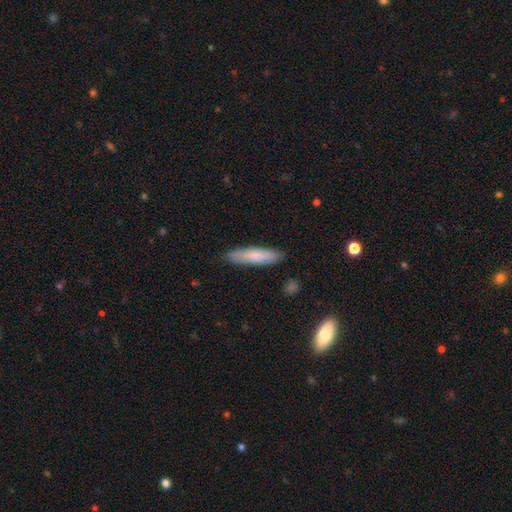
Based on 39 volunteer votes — This appears to be a smooth galaxy with no disk features (69%) that is cigar-shaped (63%). Merging: none (86%).